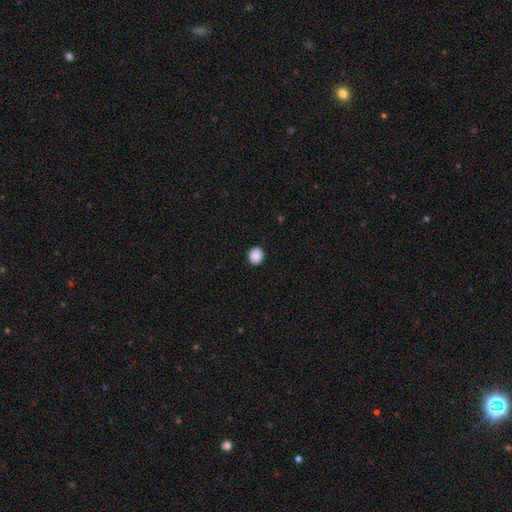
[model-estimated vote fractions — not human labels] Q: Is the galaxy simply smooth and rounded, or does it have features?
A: smooth — 89%.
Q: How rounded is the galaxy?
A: round — 80%.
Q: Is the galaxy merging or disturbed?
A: none — 91%.